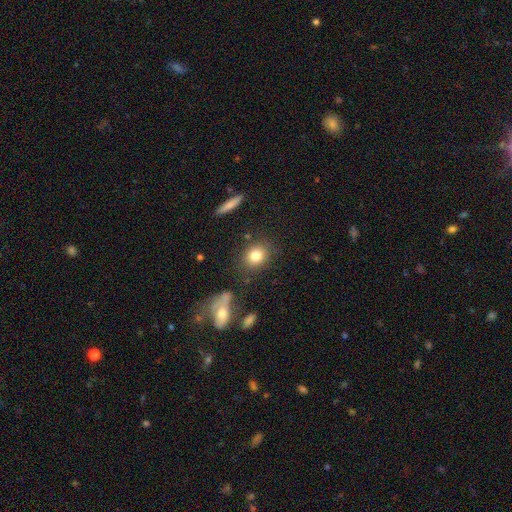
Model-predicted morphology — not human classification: This is clearly a smooth galaxy (81%). How rounded: likely round (64%). Merging: clearly none (81%).